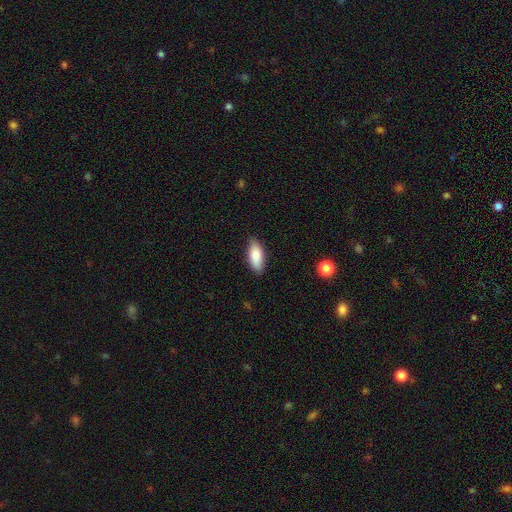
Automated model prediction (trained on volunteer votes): Smooth or featured: smooth — 84% (featured or disk — 10%)
How rounded: in between — 84% (cigar-shaped — 14%)
Merging: none — 84% (minor disturbance — 13%)